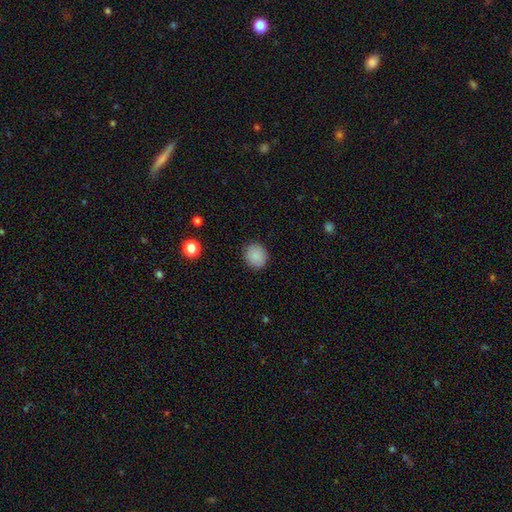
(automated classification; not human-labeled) The model was most divided on "how rounded": round: 83%, in between: 16%, cigar-shaped: 1%. More confident: merging — none (89%); smooth or featured — smooth (87%).